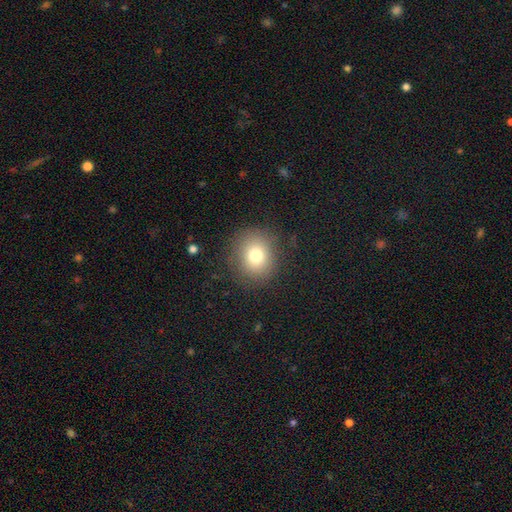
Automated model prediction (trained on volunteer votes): smooth 78%, star or artifact 12%, featured or disk 10%. Down the decision tree: how rounded — round (80%); merging — none (85%).